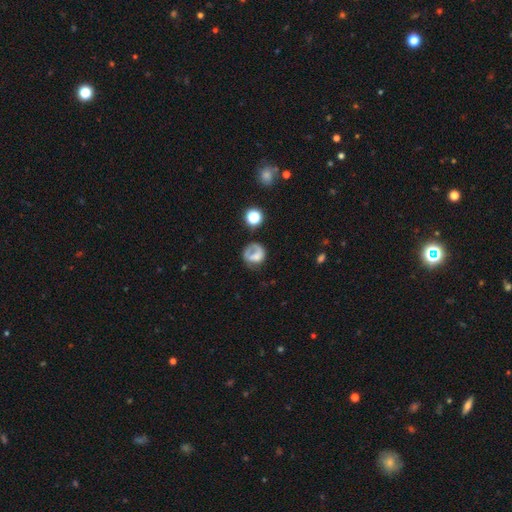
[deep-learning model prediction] Smooth or featured: smooth — 51% (featured or disk — 35%)
How rounded: round — 72% (in between — 27%)
Merging: none — 40% (major disturbance — 30%)